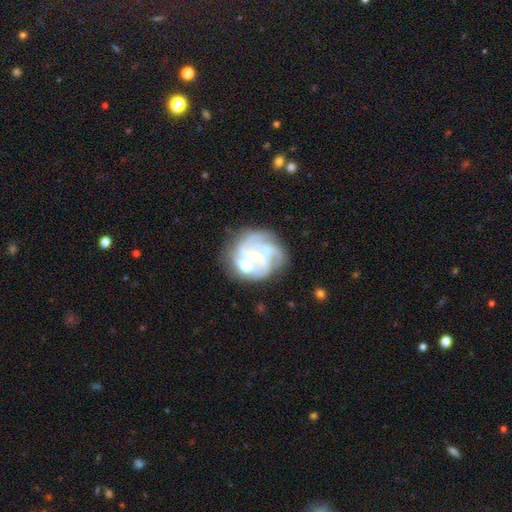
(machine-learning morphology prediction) This is likely a featured or disk galaxy (78%). It is clearly not viewed edge-on (98%). Bar: likely no (72%). Spiral arm pattern: clearly yes (91%). Spiral arm count: marginally 4 (31%). Spiral winding: likely tight (61%). Central bulge: possibly small (48%). Merging: likely none (61%).